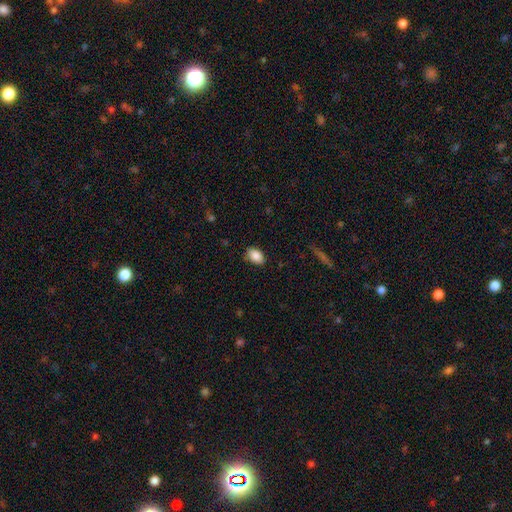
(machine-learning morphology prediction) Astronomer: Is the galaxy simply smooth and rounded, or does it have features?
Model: smooth — 88%.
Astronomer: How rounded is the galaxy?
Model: in between — 88%.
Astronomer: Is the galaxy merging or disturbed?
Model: none — 82%.